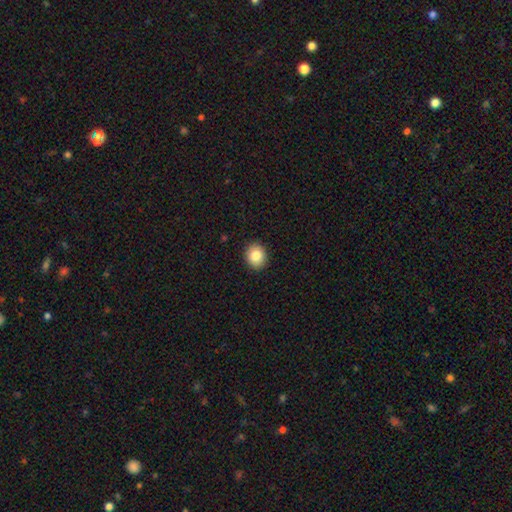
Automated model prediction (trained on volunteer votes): Smooth or featured? smooth (84%)
How rounded? round (66%)
Merging? none (91%)